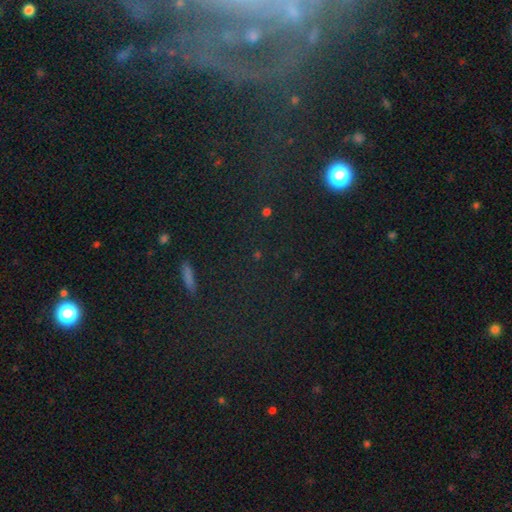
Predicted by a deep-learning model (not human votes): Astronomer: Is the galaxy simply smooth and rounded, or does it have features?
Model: star or artifact — 42% (runner-up: featured or disk, 41%).